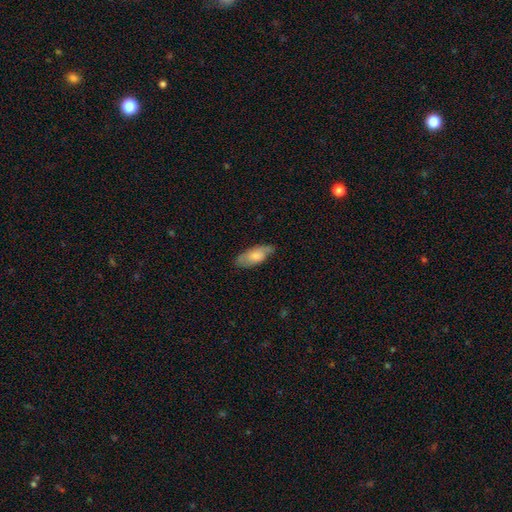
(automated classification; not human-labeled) smooth-or-featured: smooth: 68% | featured or disk: 26% | star or artifact: 6%
  how-rounded: in between: 84% | cigar-shaped: 13% | round: 2%
  merging: none: 66% | minor disturbance: 27% | major disturbance: 6% | merger: 2%